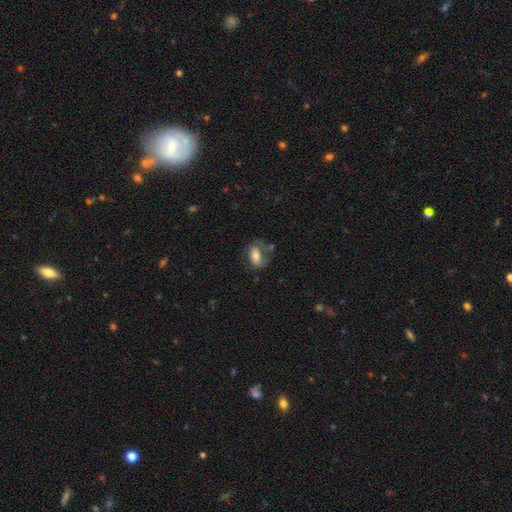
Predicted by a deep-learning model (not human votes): The model was most divided on "merging": none: 42%, minor disturbance: 25%, major disturbance: 24%, merger: 8%. More confident: how rounded — in between (86%); smooth or featured — smooth (59%).